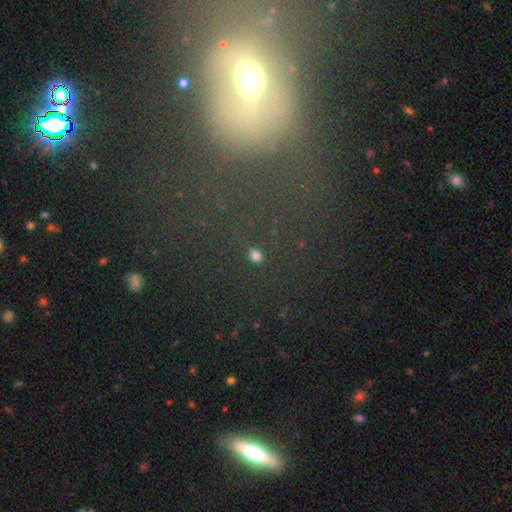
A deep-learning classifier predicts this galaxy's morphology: A smooth galaxy with no disk features (65%) that is round (59%). Merging: none (81%).